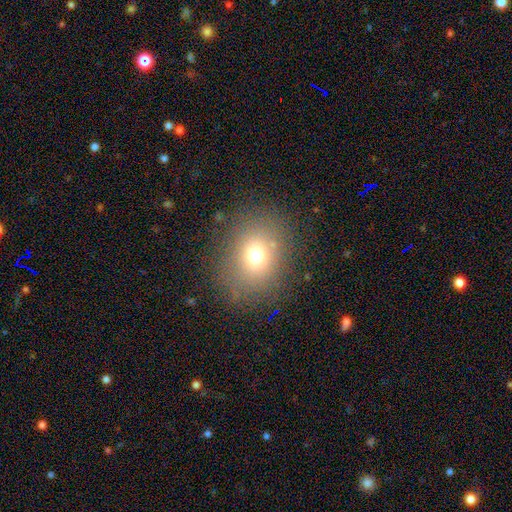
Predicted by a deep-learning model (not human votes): Smooth or featured? Predicted: smooth (p=0.70). How rounded? Predicted: round (p=0.56). Merging? Predicted: none (p=0.82).